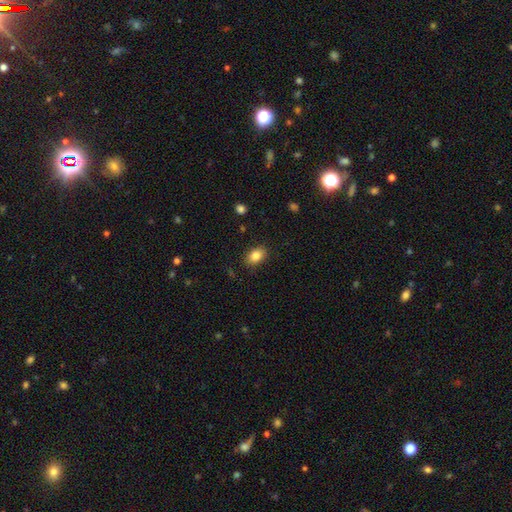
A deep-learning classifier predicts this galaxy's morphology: smooth_or_featured: smooth (p=0.84) [alt: star or artifact p=0.09]
how_rounded: in between (p=0.80) [alt: round p=0.18]
merging: none (p=0.86) [alt: minor disturbance p=0.10]